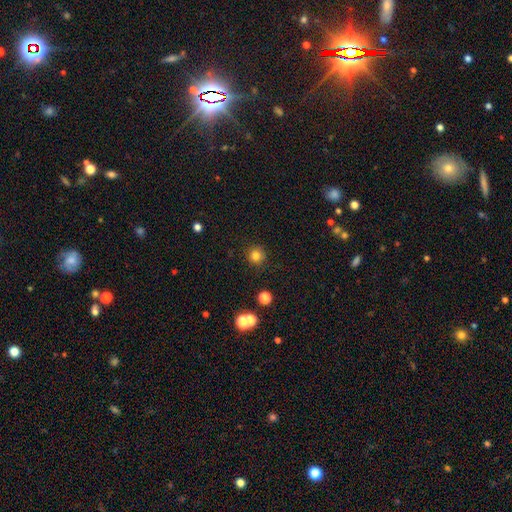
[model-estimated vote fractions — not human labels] Q: Smooth or featured?
A: smooth (81%); runner-up: star or artifact (14%)
Q: How rounded?
A: round (94%); runner-up: in between (5%)
Q: Merging?
A: none (88%); runner-up: minor disturbance (7%)